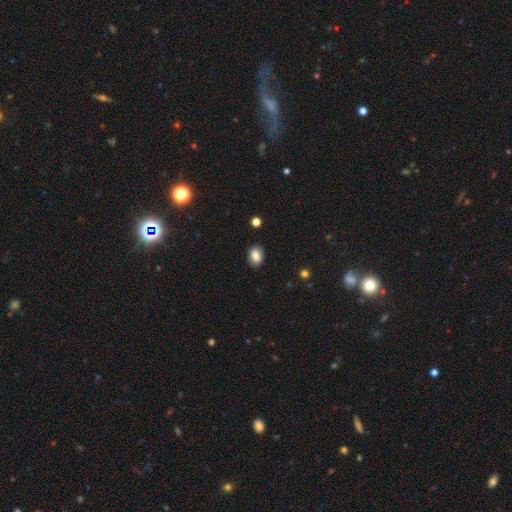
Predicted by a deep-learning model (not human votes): Q: Smooth or featured?
A: smooth (86%); runner-up: star or artifact (9%)
Q: How rounded?
A: in between (78%); runner-up: round (21%)
Q: Merging?
A: none (87%); runner-up: minor disturbance (10%)